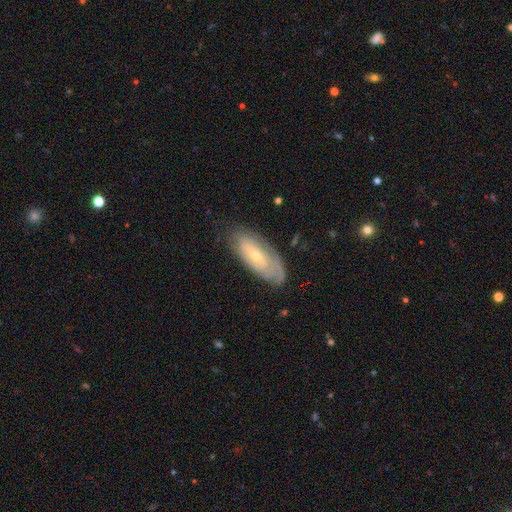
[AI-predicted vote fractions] Q: Smooth or featured?
A: featured or disk (60%); runner-up: smooth (34%)
Q: Edge-on disk?
A: no (84%); runner-up: yes (16%)
Q: Bar?
A: no (73%); runner-up: weak (21%)
Q: Spiral arms?
A: yes (64%); runner-up: no (36%)
Q: Bulge size?
A: small (65%); runner-up: moderate (32%)
Q: Merging?
A: none (67%); runner-up: minor disturbance (23%)